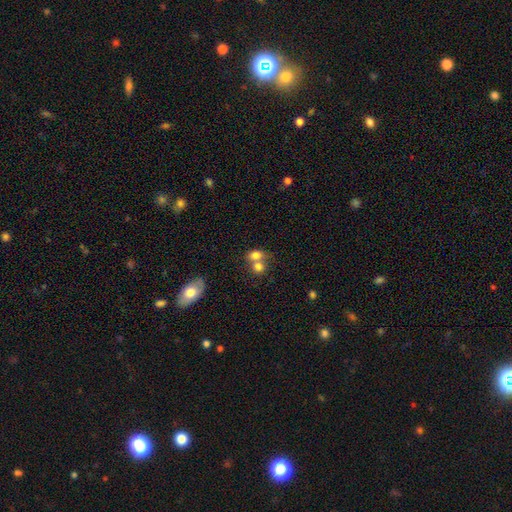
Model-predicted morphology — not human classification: smooth-or-featured: smooth: 77% | featured or disk: 14% | star or artifact: 9%
  how-rounded: round: 53% | in between: 46% | cigar-shaped: 1%
  merging: merger: 63% | none: 27% | minor disturbance: 7% | major disturbance: 4%